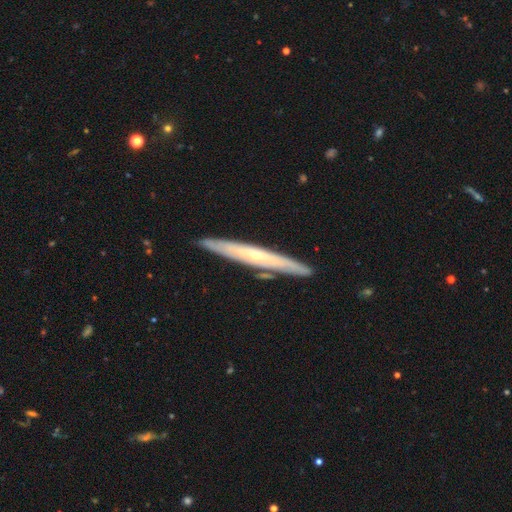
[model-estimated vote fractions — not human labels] Morphology: type=featured or disk (69%); edge-on=yes (87%); edge-on bulge=rounded (52%); merging=none (88%).